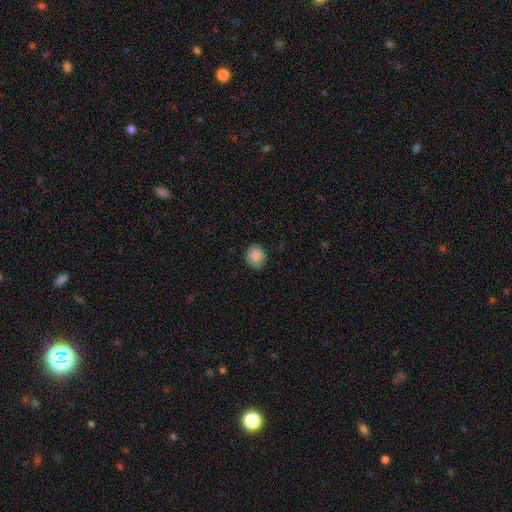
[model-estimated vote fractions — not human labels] smooth 88%, star or artifact 8%, featured or disk 4%. Down the decision tree: how rounded — round (73%); merging — none (84%).